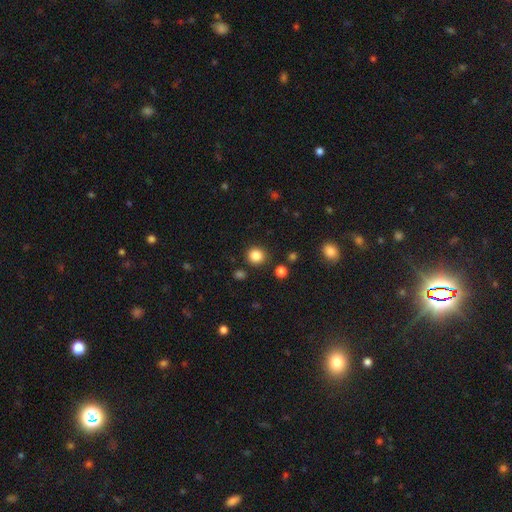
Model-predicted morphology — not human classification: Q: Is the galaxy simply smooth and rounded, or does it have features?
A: smooth — 84%.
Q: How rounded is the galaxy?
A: round — 92%.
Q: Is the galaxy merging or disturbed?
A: none — 88%.